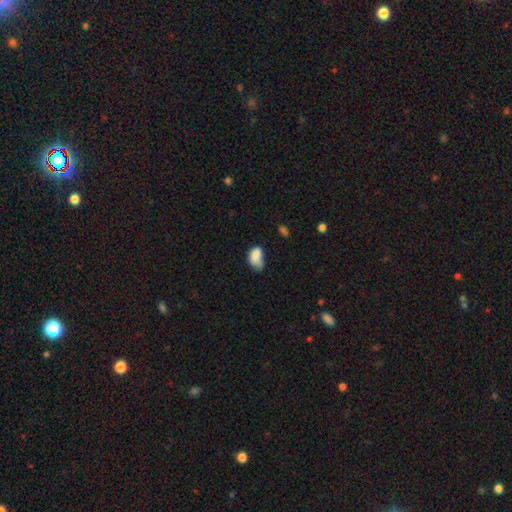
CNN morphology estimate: Smooth or featured: smooth — 80% (featured or disk — 11%)
How rounded: in between — 85% (round — 13%)
Merging: minor disturbance — 39% (none — 29%)